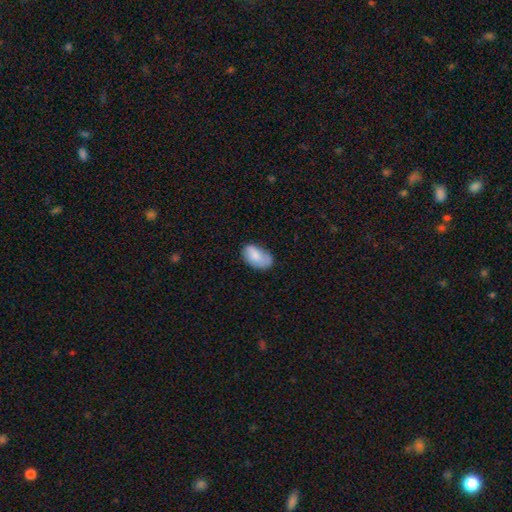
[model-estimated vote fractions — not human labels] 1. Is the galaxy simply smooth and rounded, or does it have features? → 78% smooth, 15% featured or disk, 7% star or artifact.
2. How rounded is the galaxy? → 93% in between, 5% round, 2% cigar-shaped.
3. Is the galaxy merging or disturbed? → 52% none, 33% minor disturbance, 11% major disturbance, 4% merger.